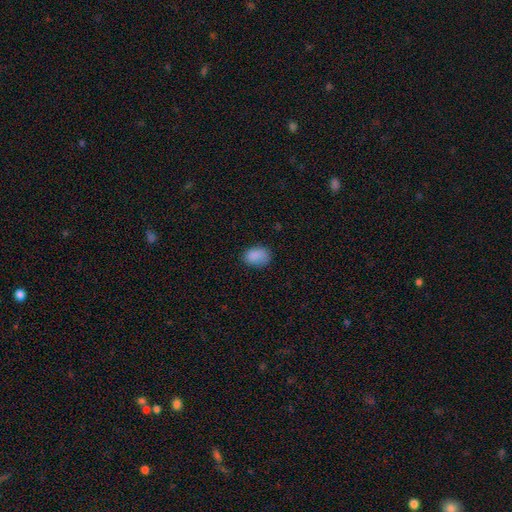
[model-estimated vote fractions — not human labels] Smooth or featured?
  - smooth: 86% *
  - star or artifact: 9%
  - featured or disk: 5%
How rounded?
  - in between: 78% *
  - round: 21%
  - cigar-shaped: 1%
Merging?
  - none: 73% *
  - minor disturbance: 20%
  - major disturbance: 5%
  - merger: 1%